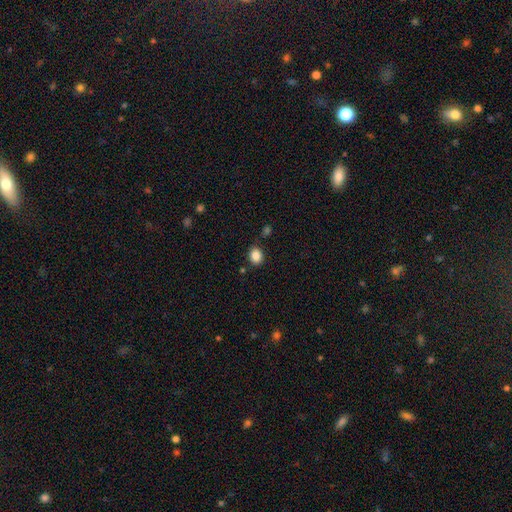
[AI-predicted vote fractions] Smooth or featured: smooth — 86% (star or artifact — 10%)
How rounded: round — 53% (in between — 47%)
Merging: none — 81% (minor disturbance — 12%)